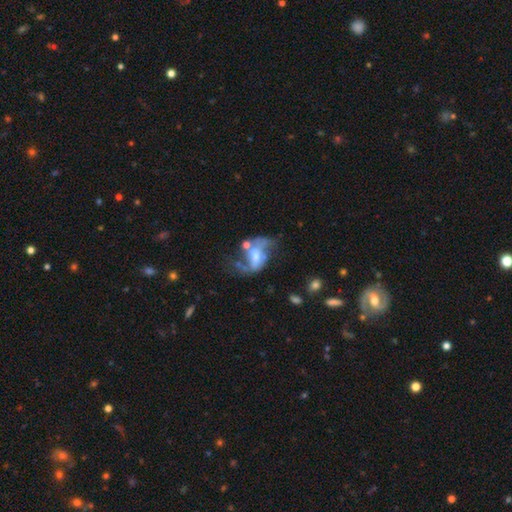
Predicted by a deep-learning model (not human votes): Smooth or featured? Predicted: featured or disk (p=0.68). Edge-on disk? Predicted: no (p=0.96). Bar? Predicted: no (p=0.44). Spiral arms? Predicted: yes (p=0.64). Bulge size? Predicted: moderate (p=0.44). Merging? Predicted: major disturbance (p=0.35).